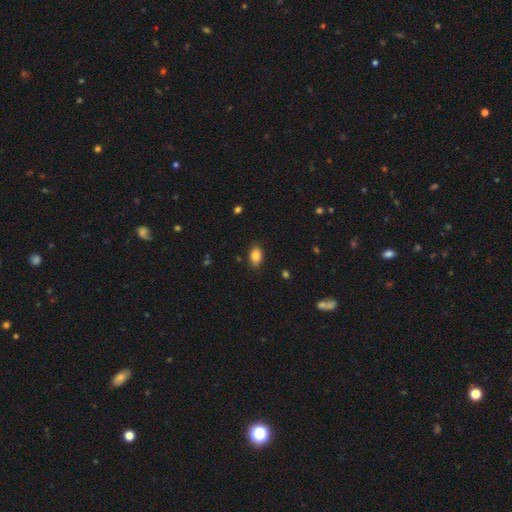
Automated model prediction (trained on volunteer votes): A smooth galaxy with no disk features (83%) that is in between round and cigar-shaped (88%). Merging: none (86%).